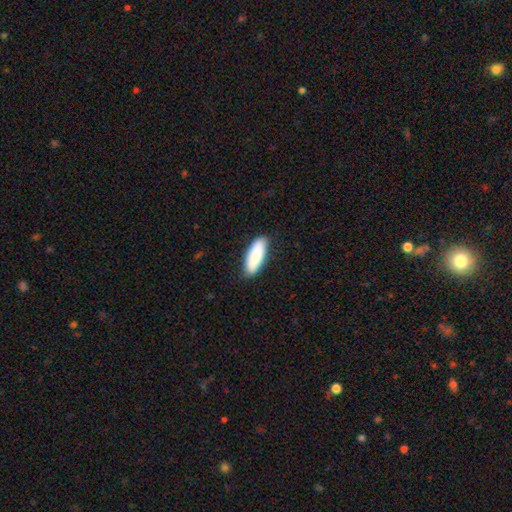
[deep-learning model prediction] This appears to be a smooth galaxy with no disk features (86%) that is in between round and cigar-shaped (67%). Merging: none (84%).